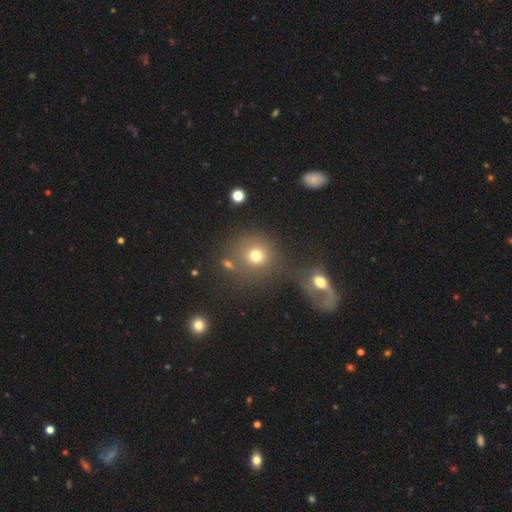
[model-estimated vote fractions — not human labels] smooth-or-featured: smooth: 71% | star or artifact: 17% | featured or disk: 11%
  how-rounded: round: 88% | in between: 11% | cigar-shaped: 1%
  merging: none: 61% | merger: 22% | minor disturbance: 10% | major disturbance: 7%